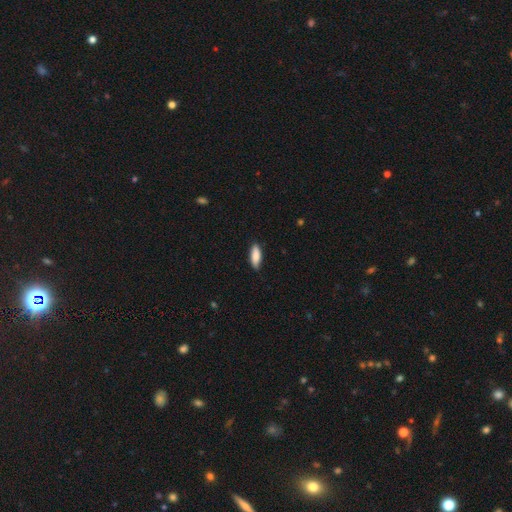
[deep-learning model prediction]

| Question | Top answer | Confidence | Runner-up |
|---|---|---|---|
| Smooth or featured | smooth | 86% | featured or disk (8%) |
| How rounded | in between | 65% | cigar-shaped (33%) |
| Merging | none | 86% | minor disturbance (11%) |